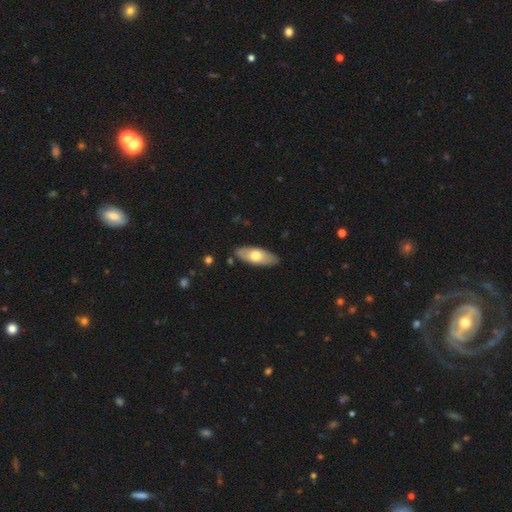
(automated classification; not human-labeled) smooth 62%, featured or disk 33%, star or artifact 5%. Down the decision tree: how rounded — in between (81%); merging — none (87%).